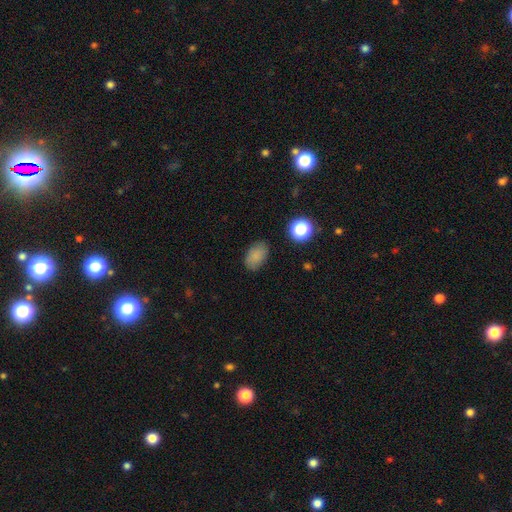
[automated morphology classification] This appears to be a smooth galaxy with no disk features (82%) that is in between round and cigar-shaped (85%). Merging: none (81%).